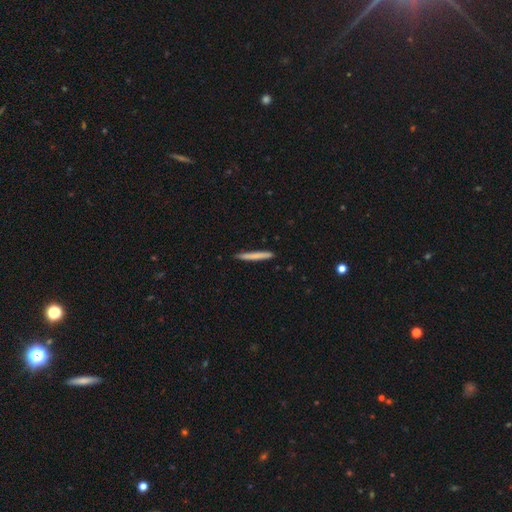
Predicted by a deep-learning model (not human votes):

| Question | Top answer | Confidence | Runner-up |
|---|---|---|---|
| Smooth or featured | smooth | 74% | featured or disk (20%) |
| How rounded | cigar-shaped | 97% | in between (2%) |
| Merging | none | 90% | minor disturbance (8%) |